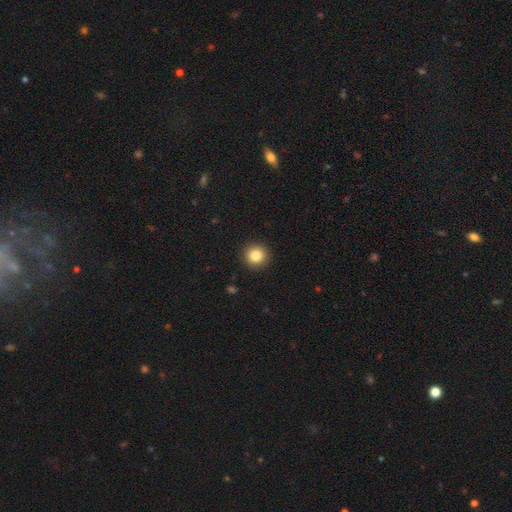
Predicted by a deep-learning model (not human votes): smooth-or-featured: smooth: 84% | star or artifact: 10% | featured or disk: 6%
  how-rounded: round: 95% | in between: 5% | cigar-shaped: 1%
  merging: none: 93% | minor disturbance: 5% | major disturbance: 2% | merger: 1%